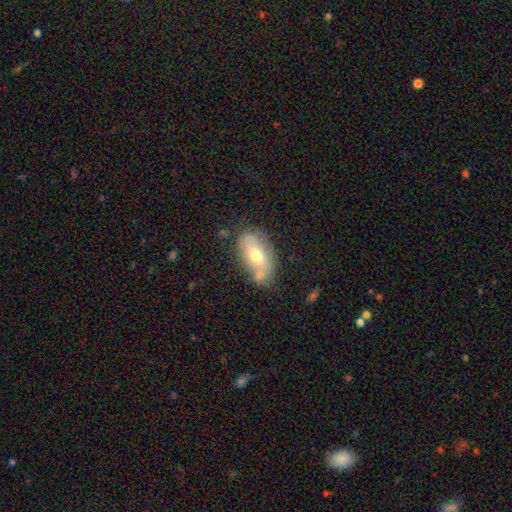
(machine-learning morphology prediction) Smooth or featured? smooth (58%)
How rounded? in between (90%)
Merging? none (51%)